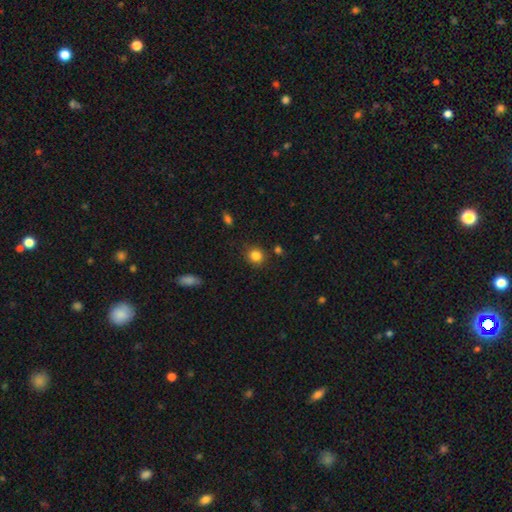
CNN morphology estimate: Smooth or featured?
  - smooth: 85% *
  - star or artifact: 11%
  - featured or disk: 4%
How rounded?
  - round: 86% *
  - in between: 13%
  - cigar-shaped: 1%
Merging?
  - none: 85% *
  - minor disturbance: 9%
  - merger: 3%
  - major disturbance: 3%